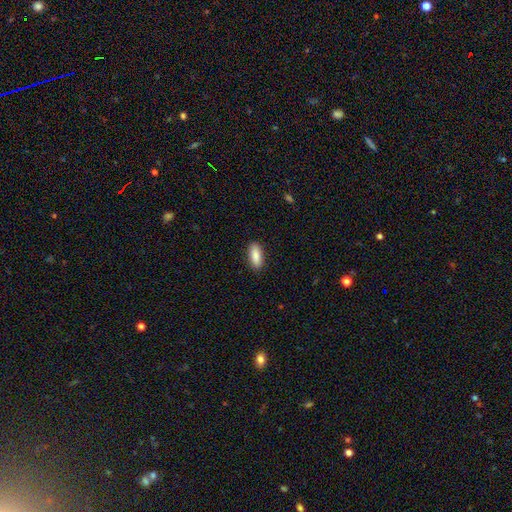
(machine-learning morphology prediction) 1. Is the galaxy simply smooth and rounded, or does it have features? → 87% smooth, 7% featured or disk, 6% star or artifact.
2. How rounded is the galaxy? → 83% in between, 15% cigar-shaped, 2% round.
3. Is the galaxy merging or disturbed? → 90% none, 8% minor disturbance, 2% major disturbance, 1% merger.